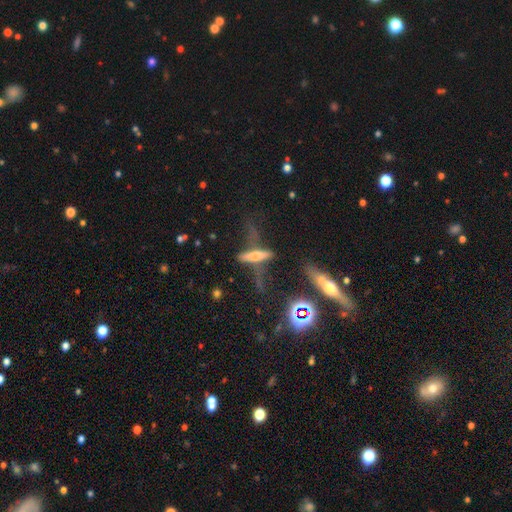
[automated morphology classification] smooth-or-featured: featured or disk: 55% | smooth: 33% | star or artifact: 12%
  disk-edge-on: yes: 85% | no: 15%
  merging: none: 53% | minor disturbance: 21% | major disturbance: 17% | merger: 9%